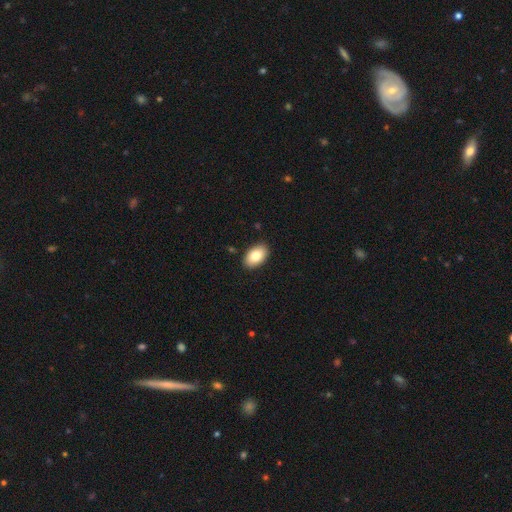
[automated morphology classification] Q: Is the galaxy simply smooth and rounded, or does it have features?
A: smooth — 82%.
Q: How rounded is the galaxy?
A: in between — 92%.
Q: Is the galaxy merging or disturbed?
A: none — 89%.